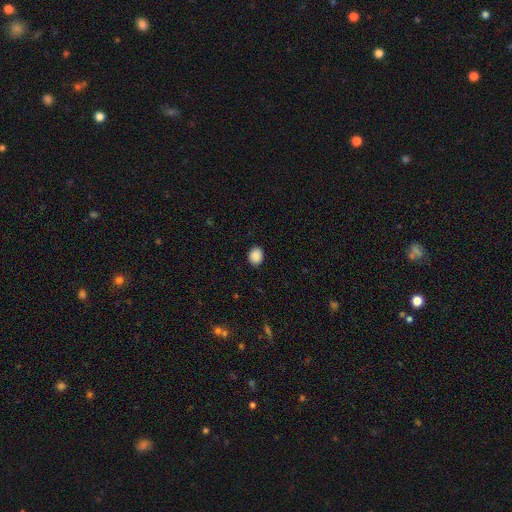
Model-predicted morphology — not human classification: Q: Smooth or featured?
A: smooth (89%); runner-up: star or artifact (8%)
Q: How rounded?
A: round (57%); runner-up: in between (42%)
Q: Merging?
A: none (89%); runner-up: minor disturbance (8%)